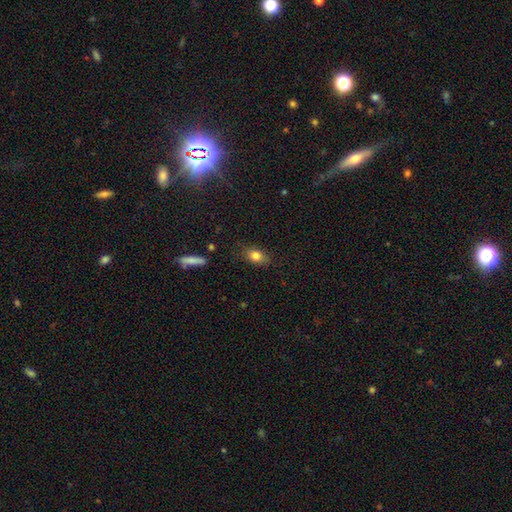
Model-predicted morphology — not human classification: Smooth or featured? smooth (81%)
How rounded? in between (76%)
Merging? none (81%)